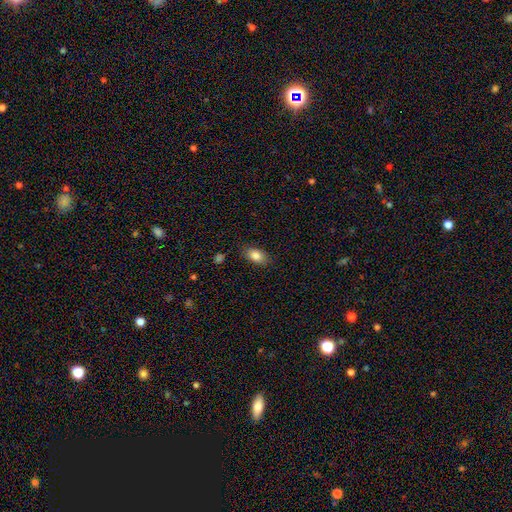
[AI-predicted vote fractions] Overall: smooth (84%). How rounded: in between (89%). Merging: none (85%).